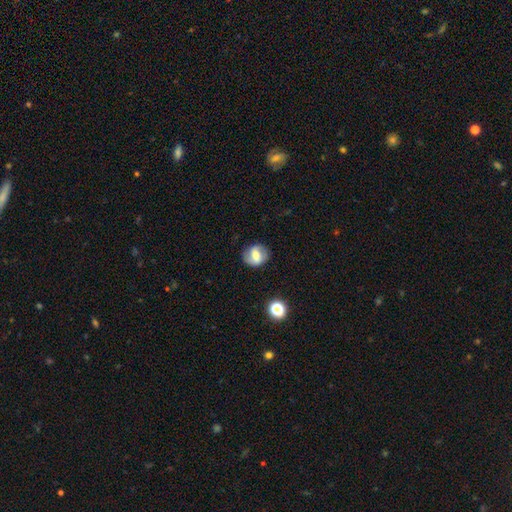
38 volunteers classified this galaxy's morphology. This is possibly a featured or disk galaxy (53%). It is clearly not viewed edge-on (100%). Bar: possibly strong (45%). Spiral arm pattern: likely yes (65%). Spiral arm count: clearly 2 (92%). Spiral winding: possibly medium (54%). Central bulge: marginally small (40%). Merging: likely none (78%).